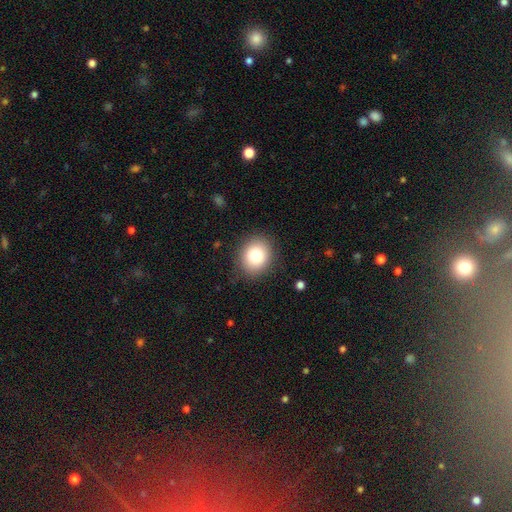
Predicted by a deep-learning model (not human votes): A smooth galaxy with no disk features (81%) that is round (65%).

Vote fractions:
- Smooth or featured? smooth: 81% / star or artifact: 10% / featured or disk: 9%
- How rounded? round: 65% / in between: 34% / cigar-shaped: 1%
- Merging? none: 87% / minor disturbance: 9% / major disturbance: 3% / merger: 1%